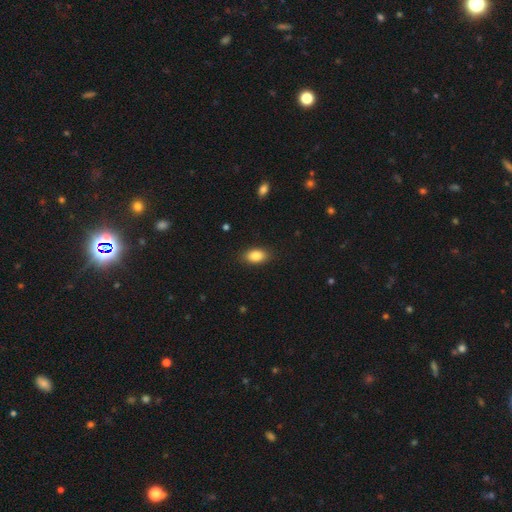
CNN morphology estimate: The model was most divided on "merging": none: 87%, minor disturbance: 10%, major disturbance: 3%, merger: 1%. More confident: how rounded — in between (89%); smooth or featured — smooth (87%).